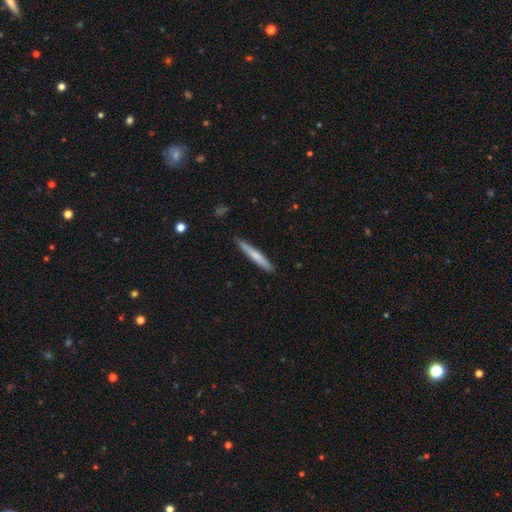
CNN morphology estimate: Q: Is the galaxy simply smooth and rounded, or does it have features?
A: smooth — 61%.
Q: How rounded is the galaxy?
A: cigar-shaped — 95%.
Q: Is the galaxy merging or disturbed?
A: none — 88%.